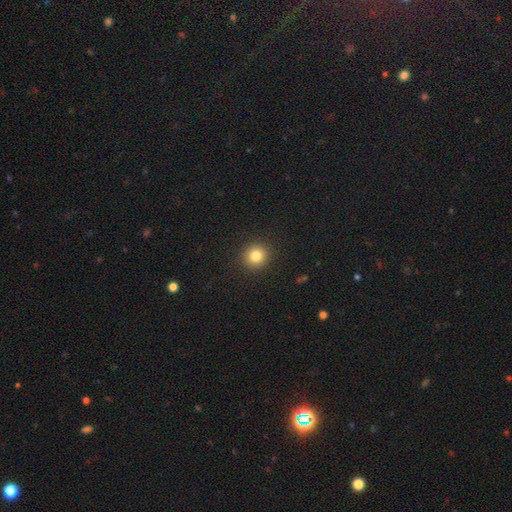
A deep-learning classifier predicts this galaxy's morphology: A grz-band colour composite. It shows a smooth galaxy with no disk features (82%) that is round (93%). Merging: none (92%).